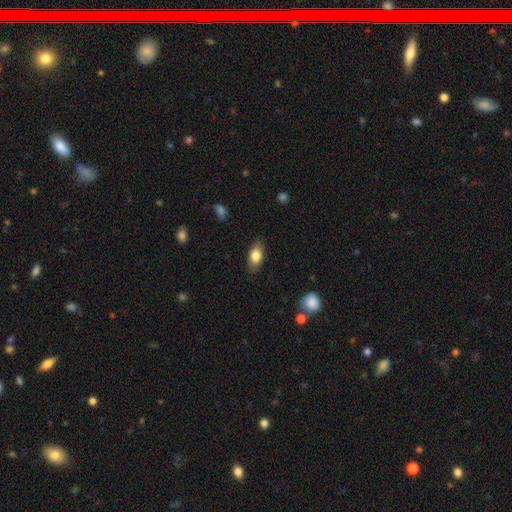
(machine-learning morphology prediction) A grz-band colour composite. It shows a smooth galaxy with no disk features (80%) that is in between round and cigar-shaped (87%). Merging: none (85%).